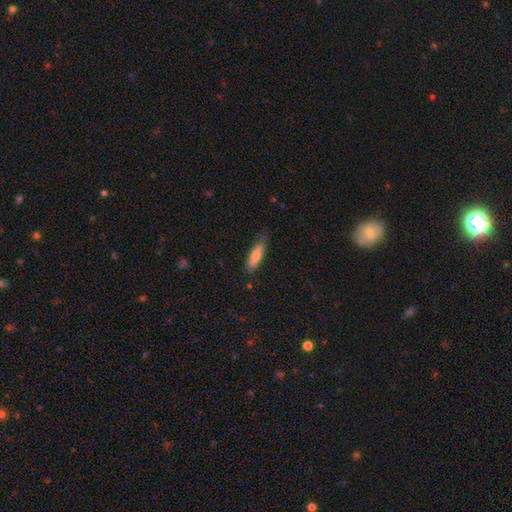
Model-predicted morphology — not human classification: smooth 75%, featured or disk 18%, star or artifact 6%. Down the decision tree: how rounded — cigar-shaped (62%); merging — none (74%).